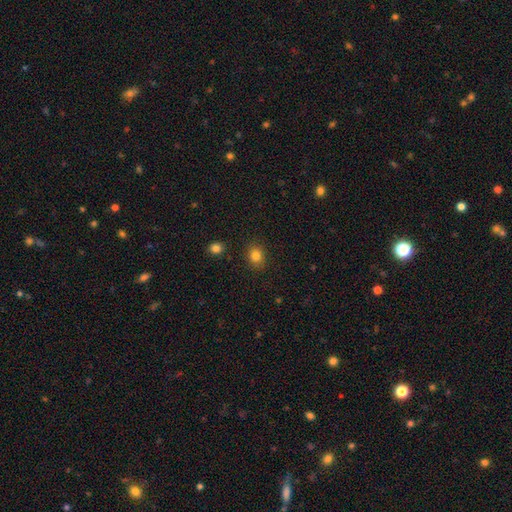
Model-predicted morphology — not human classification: Smooth or featured: smooth — 83% (star or artifact — 11%)
How rounded: round — 61% (in between — 38%)
Merging: none — 88% (minor disturbance — 8%)